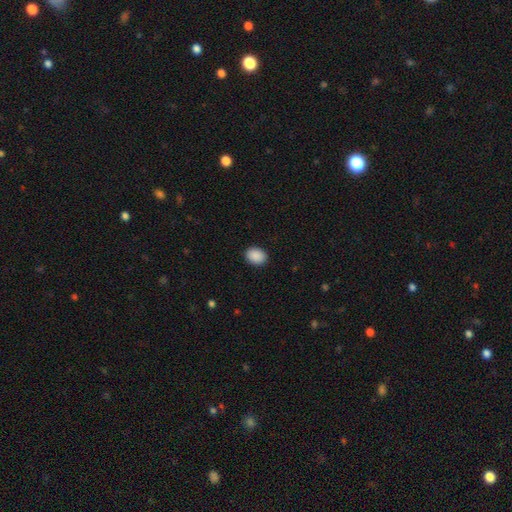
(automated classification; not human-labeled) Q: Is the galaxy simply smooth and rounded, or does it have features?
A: smooth — 90%.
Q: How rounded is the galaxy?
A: in between — 62%.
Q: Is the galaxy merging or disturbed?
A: none — 90%.